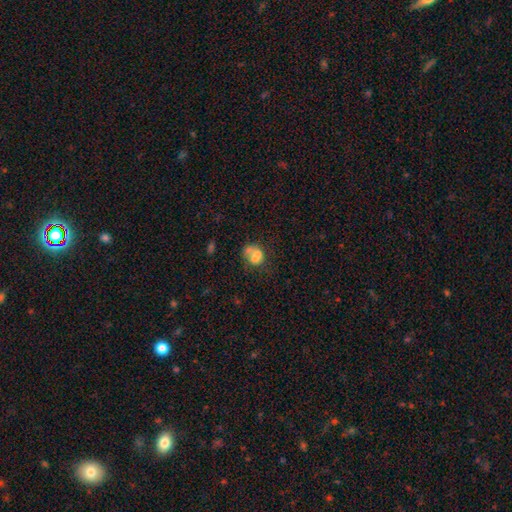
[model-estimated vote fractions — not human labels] Overall: smooth (65%). How rounded: in between (60%; round 39%). Merging: merger (39%; none 26%).